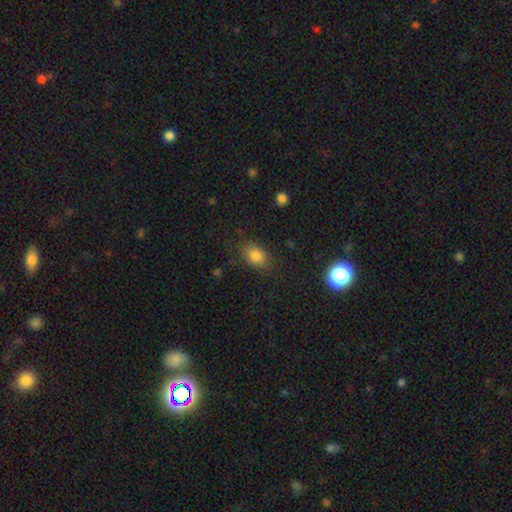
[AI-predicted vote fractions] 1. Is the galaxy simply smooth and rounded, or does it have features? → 82% smooth, 11% star or artifact, 7% featured or disk.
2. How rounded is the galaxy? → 73% in between, 25% round, 2% cigar-shaped.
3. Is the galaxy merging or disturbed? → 79% none, 15% minor disturbance, 5% major disturbance, 2% merger.